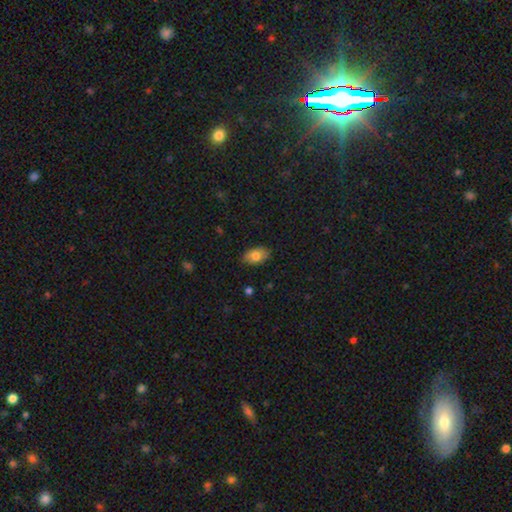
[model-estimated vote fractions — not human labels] smooth-or-featured: smooth: 80% | featured or disk: 13% | star or artifact: 7%
  how-rounded: in between: 91% | round: 7% | cigar-shaped: 2%
  merging: none: 86% | minor disturbance: 11% | major disturbance: 2% | merger: 1%